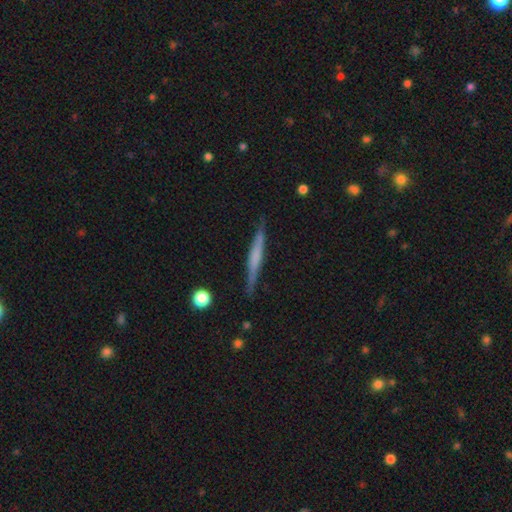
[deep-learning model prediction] Smooth or featured? featured or disk (53%)
Edge-on disk? yes (97%)
Edge-on bulge? none (55%)
Merging? none (86%)